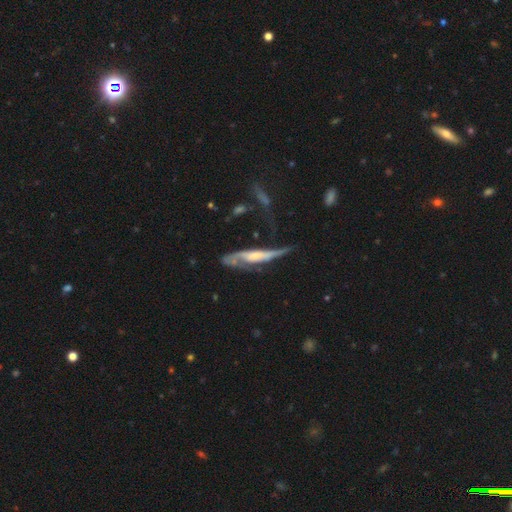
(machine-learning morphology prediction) The model was most divided on "merging": none: 35%, major disturbance: 32%, minor disturbance: 25%, merger: 9%. More confident: smooth or featured — featured or disk (73%); edge-on disk — no (59%).